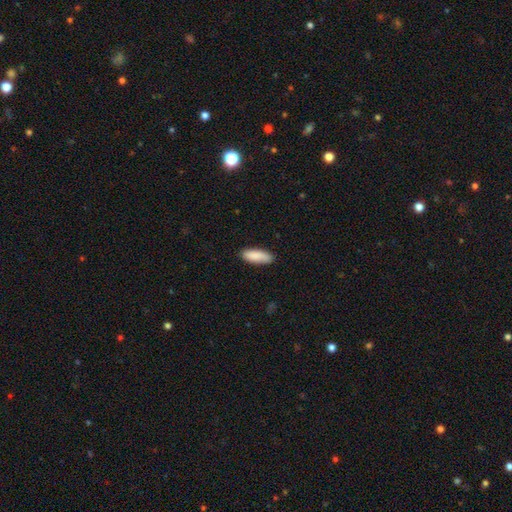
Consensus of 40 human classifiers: Smooth or featured?
  - smooth: 90% *
  - featured or disk: 8%
  - star or artifact: 2%
How rounded?
  - in between: 56% *
  - cigar-shaped: 44%
  - round: 0%
Merging?
  - none: 90% *
  - minor disturbance: 10%
  - major disturbance: 0%
  - merger: 0%